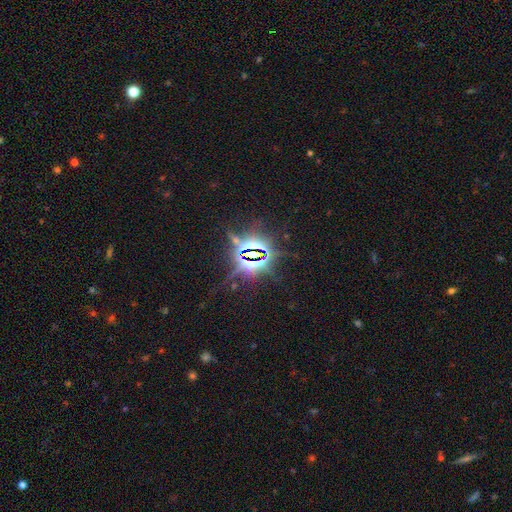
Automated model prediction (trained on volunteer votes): smooth_or_featured: star or artifact (p=0.86) [alt: smooth p=0.07]